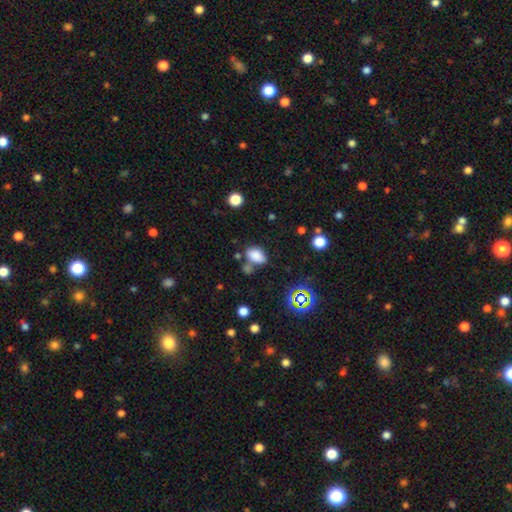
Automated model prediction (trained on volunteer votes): This is likely a smooth galaxy (79%). How rounded: clearly in between (87%). Merging: possibly none (54%).